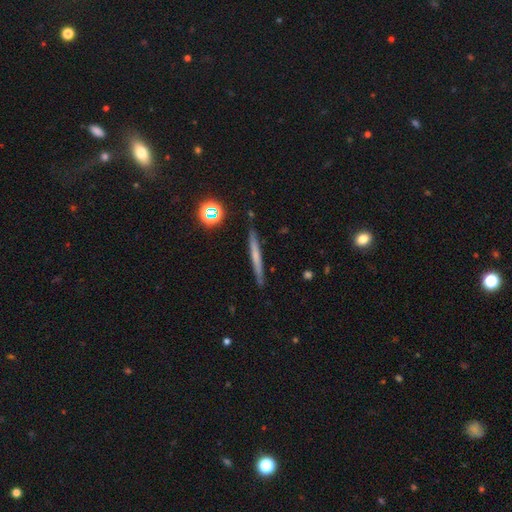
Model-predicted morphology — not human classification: Smooth or featured? smooth (50%)
How rounded? cigar-shaped (95%)
Merging? none (88%)